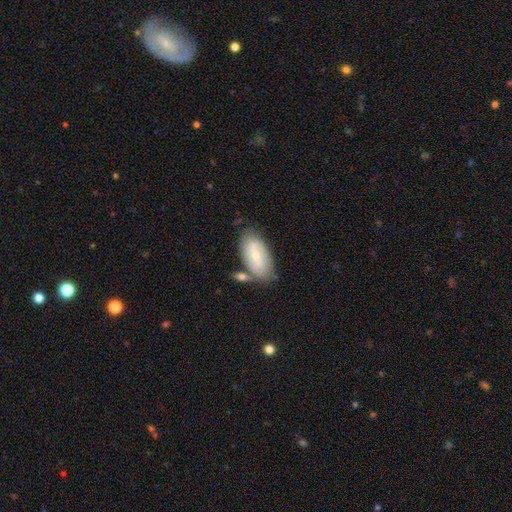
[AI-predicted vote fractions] The model was most divided on "smooth or featured": smooth: 50%, featured or disk: 44%, star or artifact: 6%. More confident: how rounded — in between (93%); merging — none (62%).